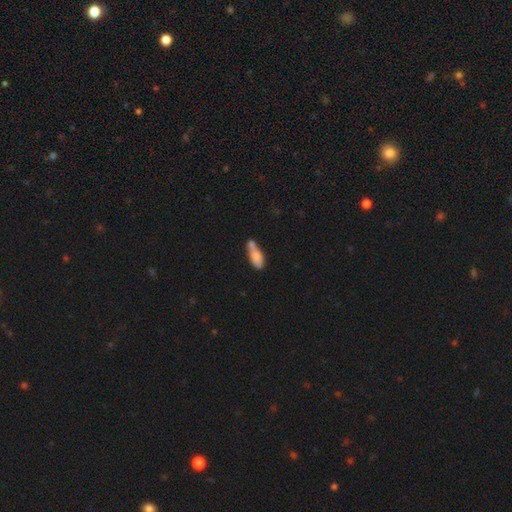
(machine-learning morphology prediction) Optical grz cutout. It shows a smooth galaxy with no disk features (73%) that is in between round and cigar-shaped (64%). Merging: merger (37%).